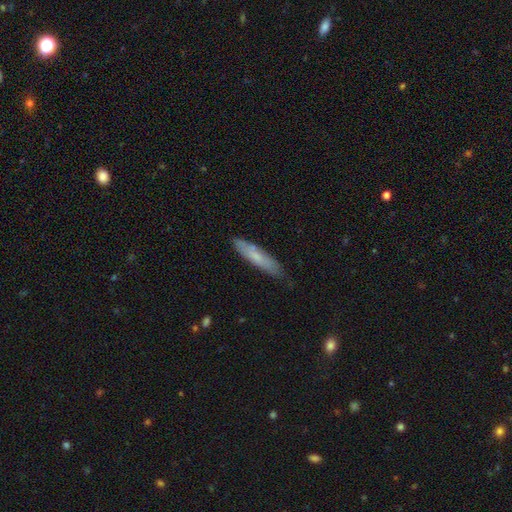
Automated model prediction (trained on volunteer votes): smooth 65%, featured or disk 29%, star or artifact 6%. Down the decision tree: how rounded — cigar-shaped (85%); merging — none (79%).